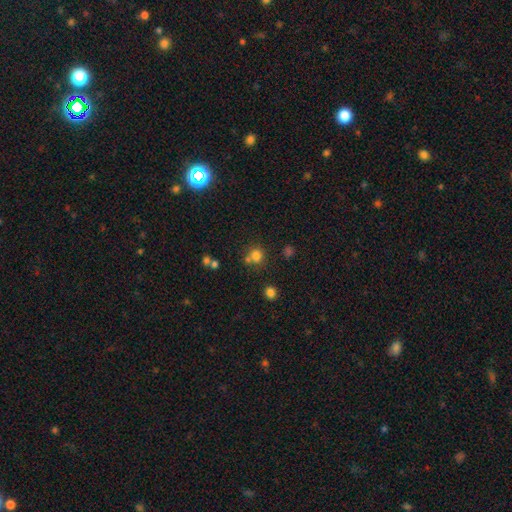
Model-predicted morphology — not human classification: smooth 77%, star or artifact 16%, featured or disk 7%. Down the decision tree: how rounded — round (88%); merging — none (64%).